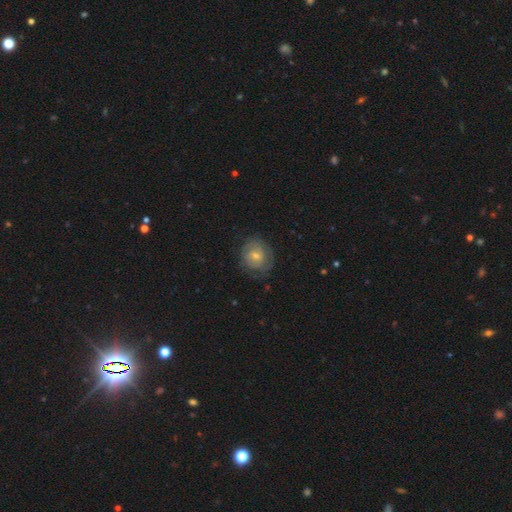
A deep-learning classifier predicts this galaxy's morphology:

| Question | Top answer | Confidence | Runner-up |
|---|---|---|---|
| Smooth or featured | featured or disk | 53% | smooth (36%) |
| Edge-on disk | no | 97% | yes (3%) |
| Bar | no | 72% | weak (24%) |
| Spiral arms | yes | 74% | no (26%) |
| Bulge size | small | 48% | moderate (46%) |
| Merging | none | 75% | minor disturbance (17%) |